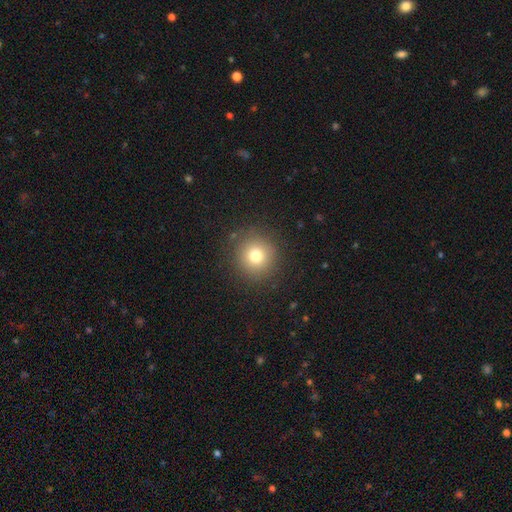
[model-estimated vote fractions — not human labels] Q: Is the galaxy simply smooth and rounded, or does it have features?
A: smooth — 77%.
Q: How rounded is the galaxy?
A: round — 94%.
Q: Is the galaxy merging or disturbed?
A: none — 89%.